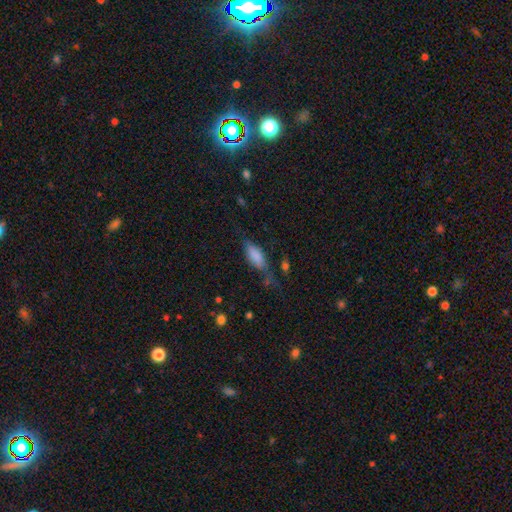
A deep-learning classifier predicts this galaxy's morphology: Smooth or featured: smooth — 74% (featured or disk — 18%)
How rounded: in between — 72% (cigar-shaped — 26%)
Merging: none — 46% (minor disturbance — 30%)